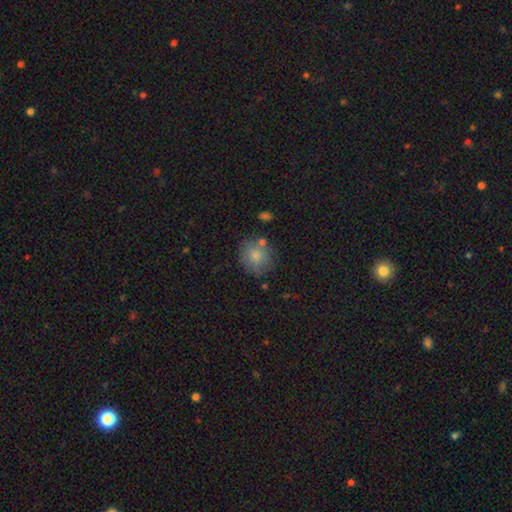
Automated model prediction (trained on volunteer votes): This is clearly a smooth galaxy (80%). How rounded: likely round (77%). Merging: likely none (70%).